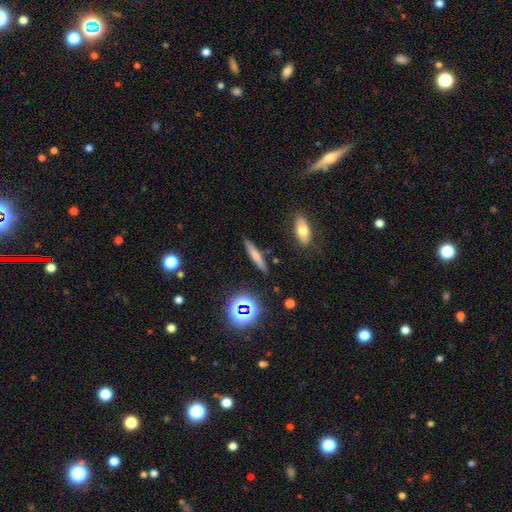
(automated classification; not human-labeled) Smooth or featured? Predicted: smooth (p=0.65). How rounded? Predicted: cigar-shaped (p=0.86). Merging? Predicted: none (p=0.85).